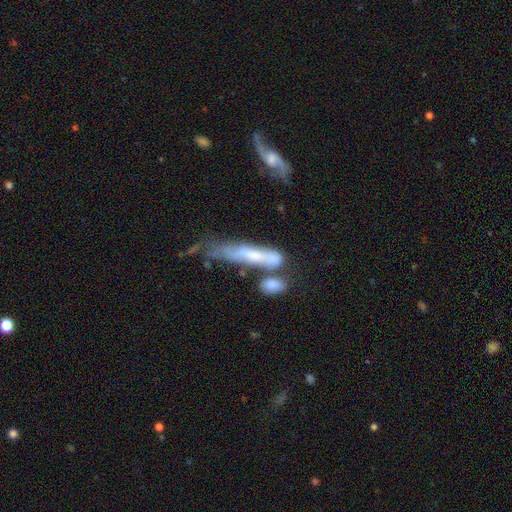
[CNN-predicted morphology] Q: Smooth or featured?
A: featured or disk (48%); runner-up: smooth (43%)
Q: Merging?
A: merger (39%); runner-up: none (26%)